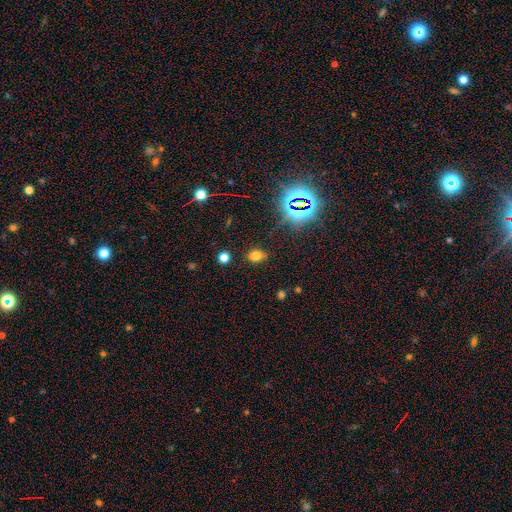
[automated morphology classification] Overall: smooth (69%). How rounded: in between (70%). Merging: none (81%).